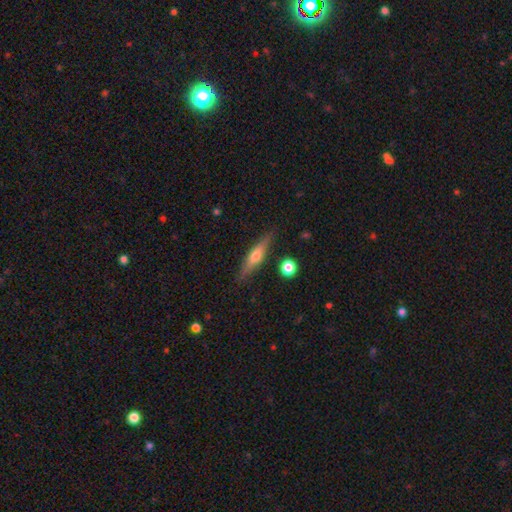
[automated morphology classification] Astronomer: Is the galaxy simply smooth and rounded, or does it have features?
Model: featured or disk — 56% (runner-up: smooth, 37%).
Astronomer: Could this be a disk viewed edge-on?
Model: yes — 94%.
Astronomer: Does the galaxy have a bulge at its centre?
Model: rounded — 89%.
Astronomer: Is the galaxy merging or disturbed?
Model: none — 86%.